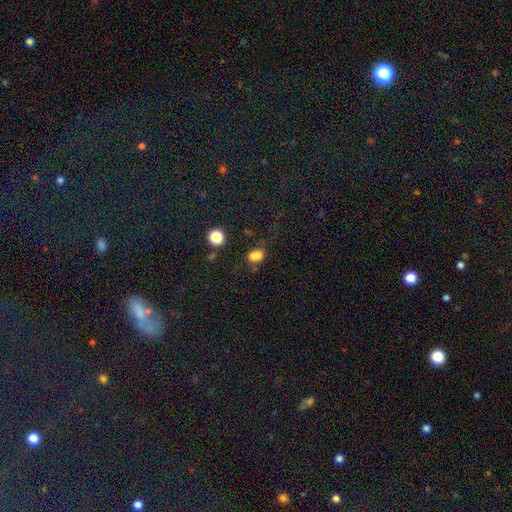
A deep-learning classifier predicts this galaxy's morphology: A smooth galaxy with no disk features (77%) that is in between round and cigar-shaped (67%). Merging: none (50%).